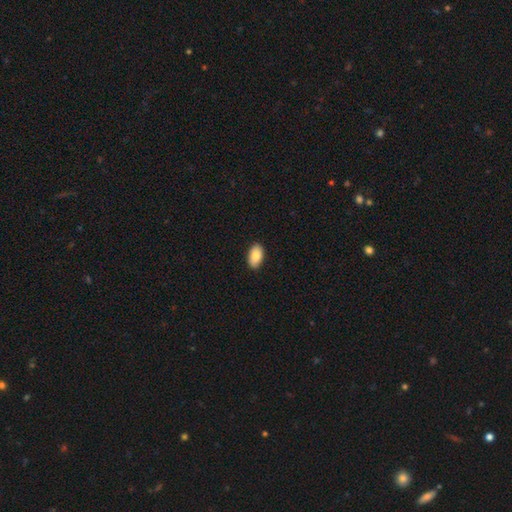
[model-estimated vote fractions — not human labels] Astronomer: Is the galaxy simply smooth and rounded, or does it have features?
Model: smooth — 86%.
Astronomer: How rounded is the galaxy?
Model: in between — 94%.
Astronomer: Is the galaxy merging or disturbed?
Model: none — 88%.